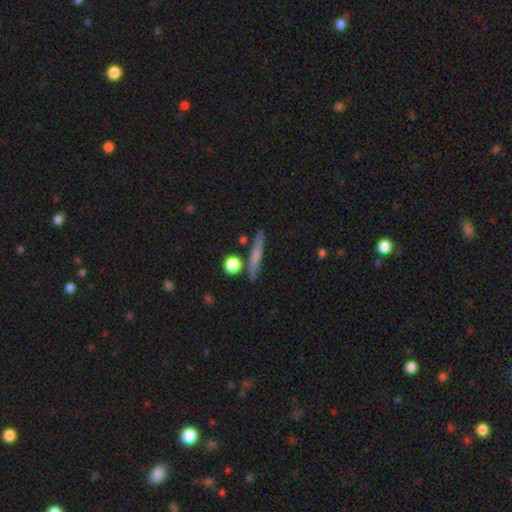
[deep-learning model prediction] This is possibly a smooth galaxy (58%). How rounded: clearly cigar-shaped (88%). Merging: clearly none (83%).